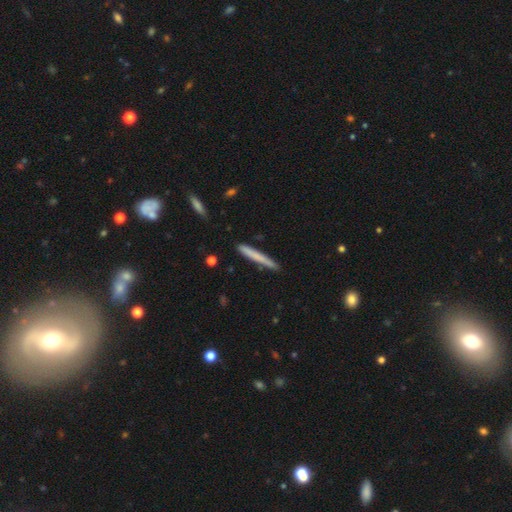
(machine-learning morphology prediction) smooth-or-featured: smooth: 69% | featured or disk: 25% | star or artifact: 6%
  how-rounded: cigar-shaped: 97% | in between: 2% | round: 1%
  merging: none: 86% | minor disturbance: 11% | merger: 2% | major disturbance: 2%